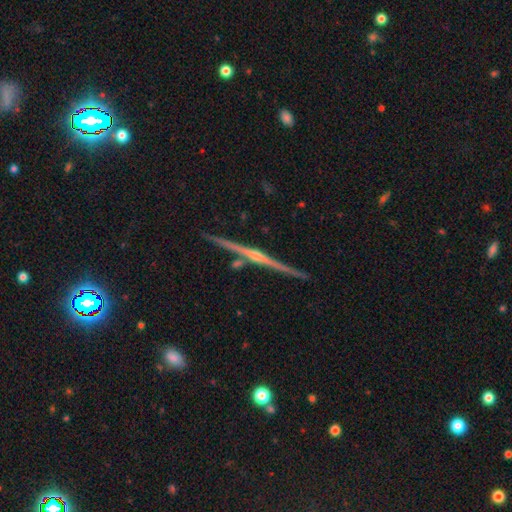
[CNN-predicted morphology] smooth_or_featured: featured or disk (p=0.85) [alt: smooth p=0.08]
disk_edge_on: yes (p=0.98) [alt: no p=0.02]
edge_on_bulge: rounded (p=0.79) [alt: none p=0.13]
merging: none (p=0.90) [alt: minor disturbance p=0.06]